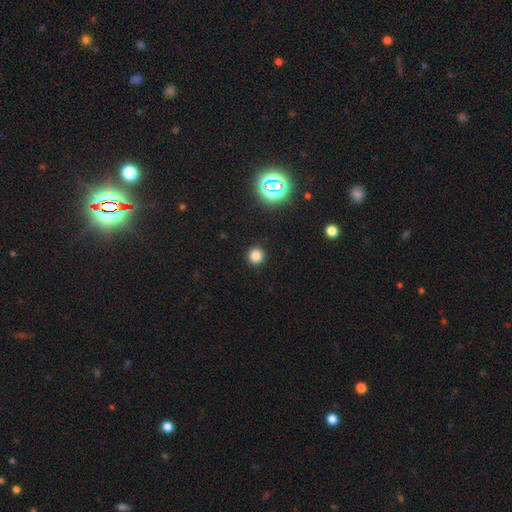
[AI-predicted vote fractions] A smooth galaxy with no disk features (79%) that is round (95%). Merging: none (92%).